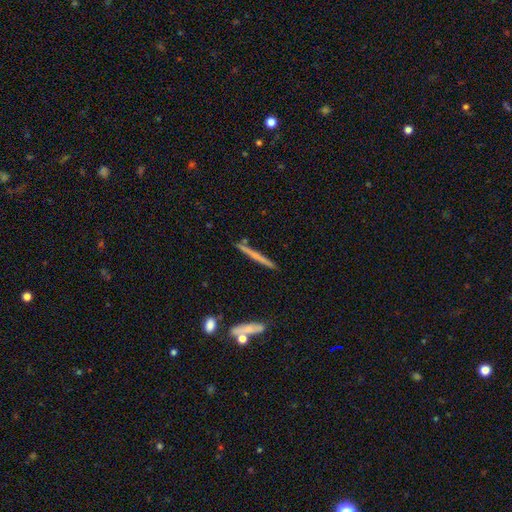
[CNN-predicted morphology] featured or disk 47% (tied), smooth 47% (tied), star or artifact 7%. Down the decision tree: merging — none (87%).